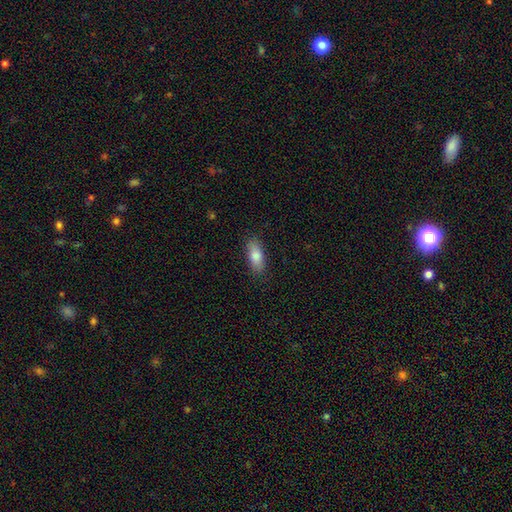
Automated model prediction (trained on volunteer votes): Q: Smooth or featured?
A: smooth (83%); runner-up: featured or disk (11%)
Q: How rounded?
A: in between (79%); runner-up: cigar-shaped (19%)
Q: Merging?
A: none (86%); runner-up: minor disturbance (10%)